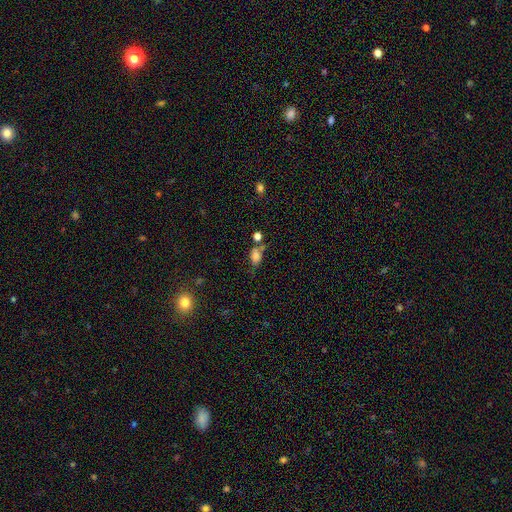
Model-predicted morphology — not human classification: Overall: smooth (76%). How rounded: in between (83%). Merging: none (46%; minor disturbance 23%).